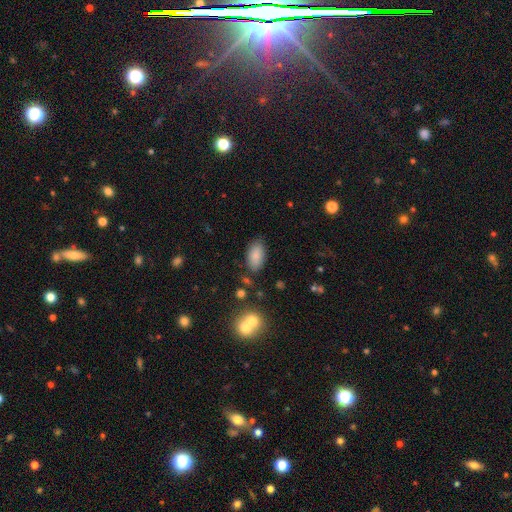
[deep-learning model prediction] Morphology: type=smooth (85%); roundness=in between (94%); merging=none (80%).